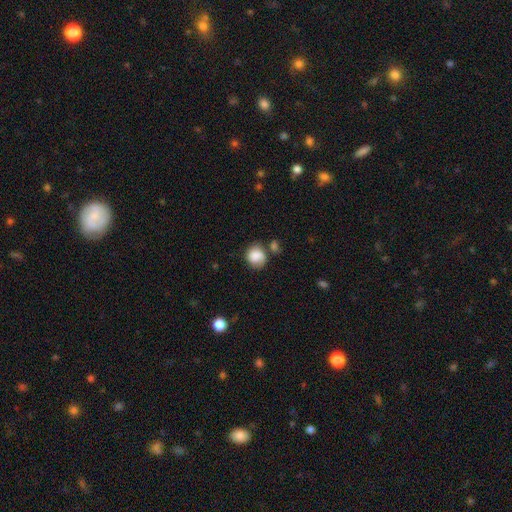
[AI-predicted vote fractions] smooth-or-featured: smooth: 82% | featured or disk: 10% | star or artifact: 8%
  how-rounded: round: 78% | in between: 21% | cigar-shaped: 1%
  merging: none: 56% | minor disturbance: 23% | merger: 13% | major disturbance: 8%